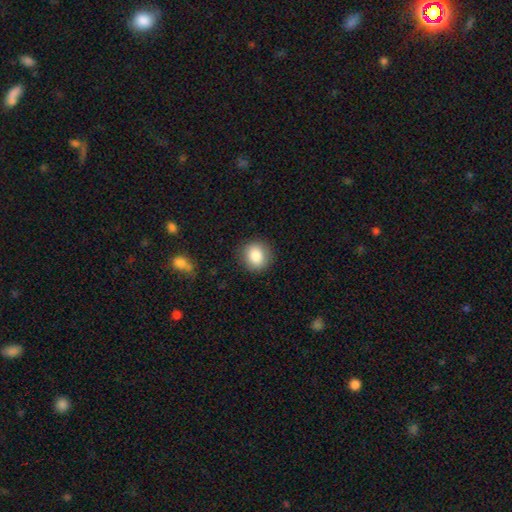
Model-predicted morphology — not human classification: smooth 85%, star or artifact 9%, featured or disk 6%. Down the decision tree: how rounded — round (82%); merging — none (87%).